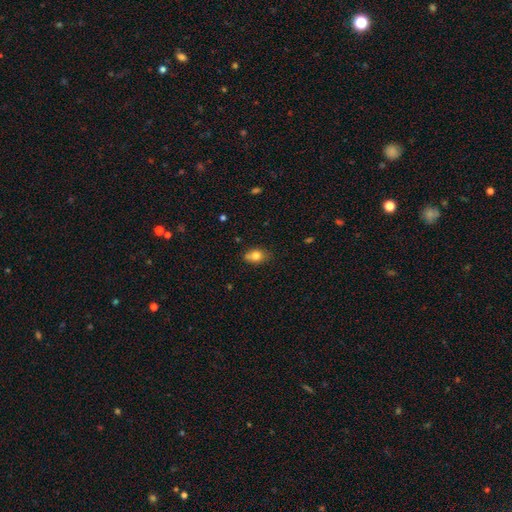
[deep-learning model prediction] Morphology: type=smooth (78%); roundness=in between (64%); merging=none (65%).